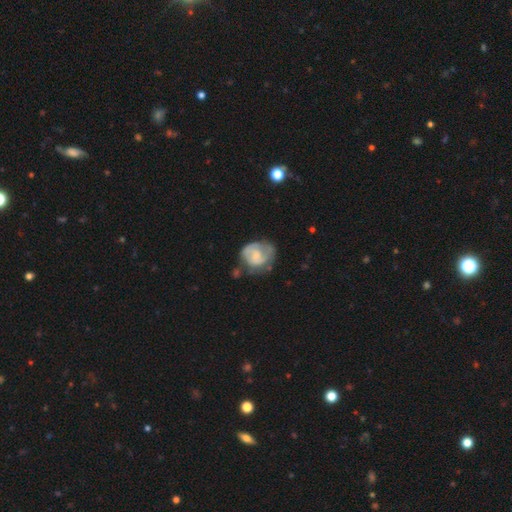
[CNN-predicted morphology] Smooth or featured? featured or disk (48%)
Merging? none (42%)